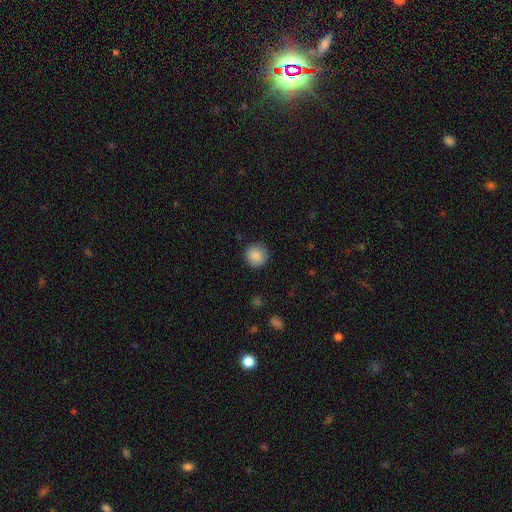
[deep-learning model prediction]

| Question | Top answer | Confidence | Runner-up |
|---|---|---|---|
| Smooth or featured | smooth | 88% | star or artifact (8%) |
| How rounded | round | 93% | in between (6%) |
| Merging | none | 89% | minor disturbance (7%) |